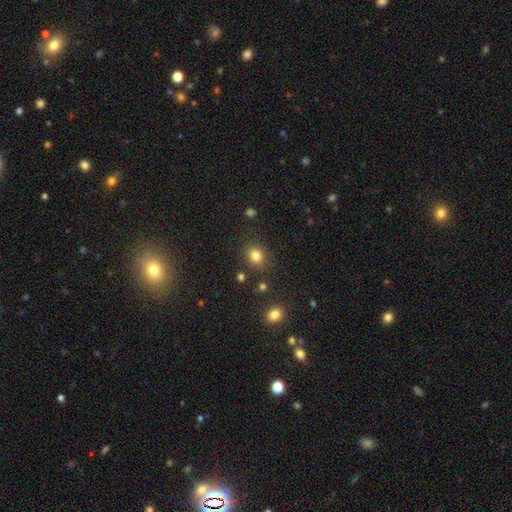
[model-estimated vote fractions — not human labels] This appears to be a smooth galaxy with no disk features (81%) that is round (68%). Merging: none (83%).